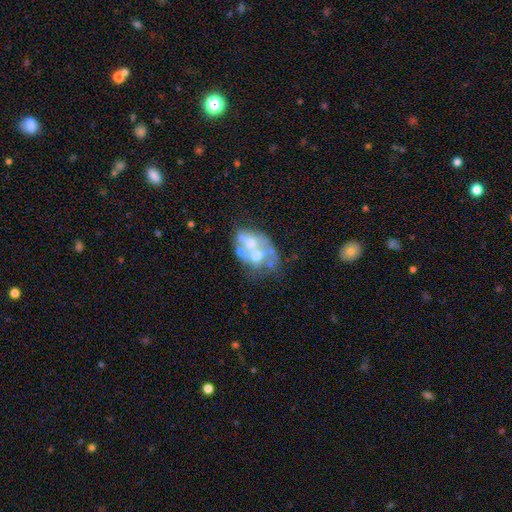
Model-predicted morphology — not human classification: This appears to be a featured or disk galaxy (65%) with no bar (89%), no spiral arms (87%) and a moderate central bulge (61%). Merging: merger (48%).